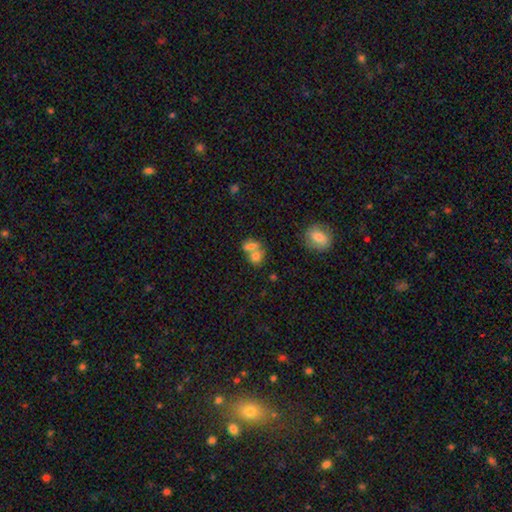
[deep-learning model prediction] smooth_or_featured: smooth (p=0.75) [alt: featured or disk p=0.13]
how_rounded: in between (p=0.50) [alt: round p=0.48]
merging: merger (p=0.57) [alt: none p=0.31]